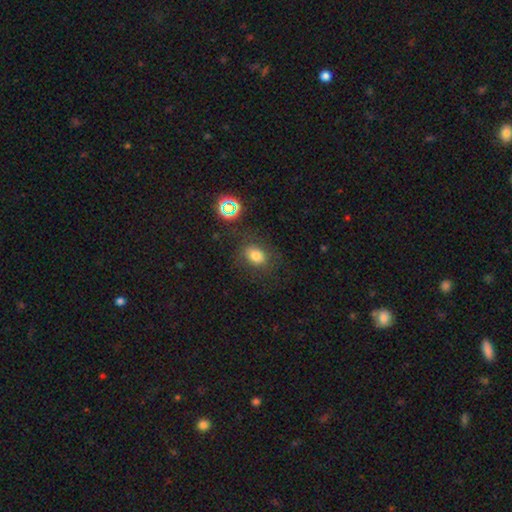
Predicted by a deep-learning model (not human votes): Smooth or featured?
  - smooth: 74% *
  - star or artifact: 16%
  - featured or disk: 10%
How rounded?
  - in between: 59% *
  - round: 40%
  - cigar-shaped: 1%
Merging?
  - none: 74% *
  - minor disturbance: 15%
  - major disturbance: 8%
  - merger: 3%